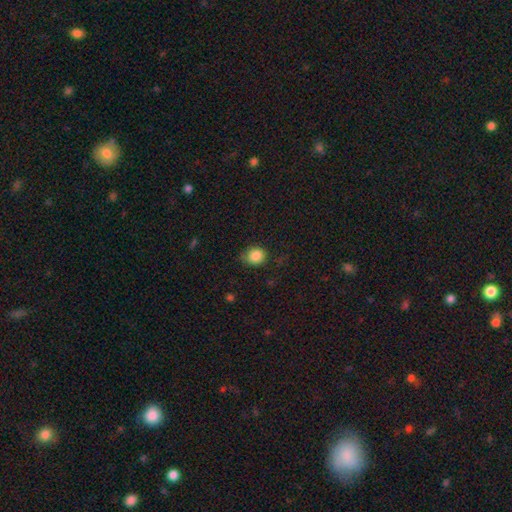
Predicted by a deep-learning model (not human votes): Smooth or featured? smooth (85%)
How rounded? round (73%)
Merging? none (67%)